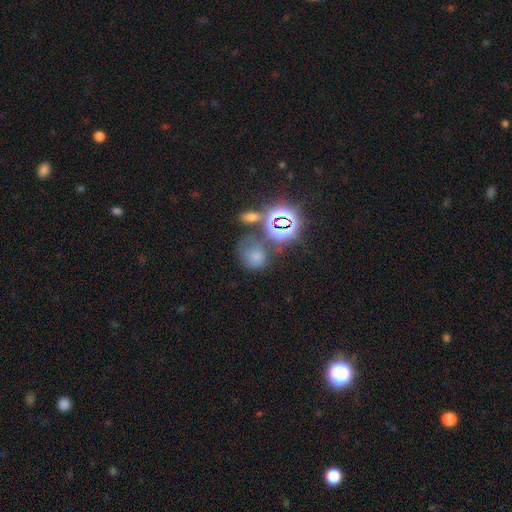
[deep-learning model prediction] Morphology: type=smooth (58%); roundness=round (70%); merging=none (50%).